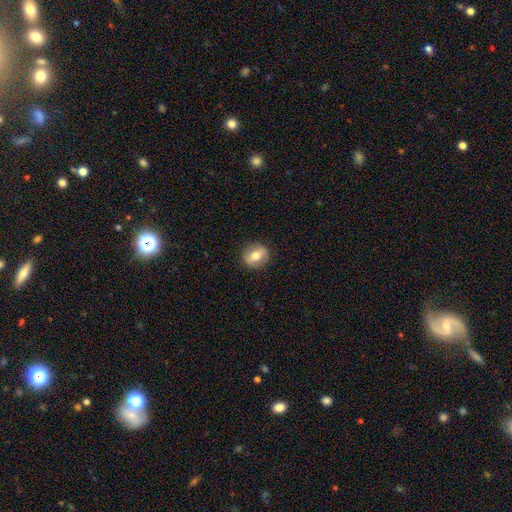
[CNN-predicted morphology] A smooth galaxy with no disk features (59%) that is round (63%). Merging: none (86%).